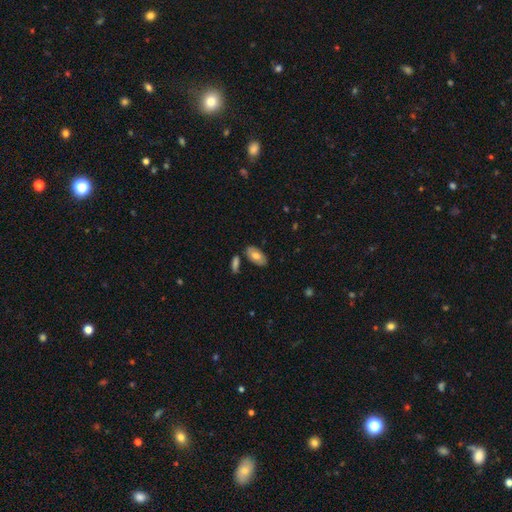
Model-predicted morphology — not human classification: type=smooth (68%); roundness=in between (93%); merging=none (80%).